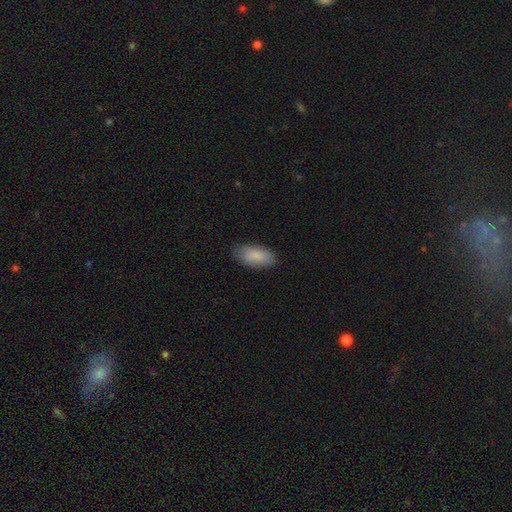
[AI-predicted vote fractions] Morphology: type=smooth (86%); roundness=in between (91%); merging=none (80%).